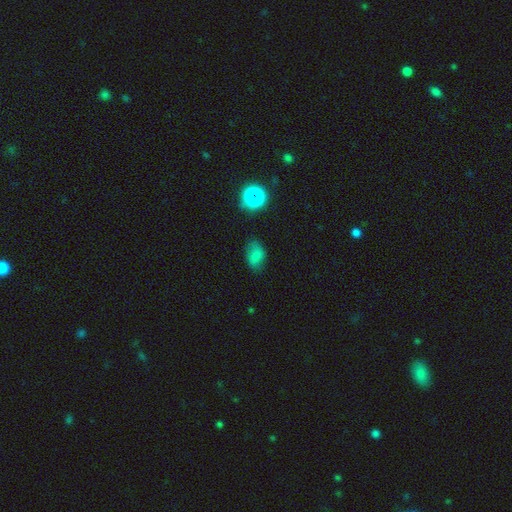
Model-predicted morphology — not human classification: This appears to be a smooth galaxy with no disk features (74%) that is in between round and cigar-shaped (85%). Merging: none (66%).